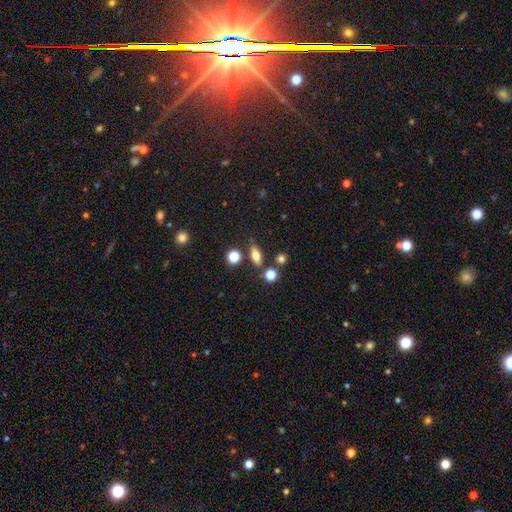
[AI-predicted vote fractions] A smooth galaxy with no disk features (68%) that is in between round and cigar-shaped (70%). Merging: none (76%).